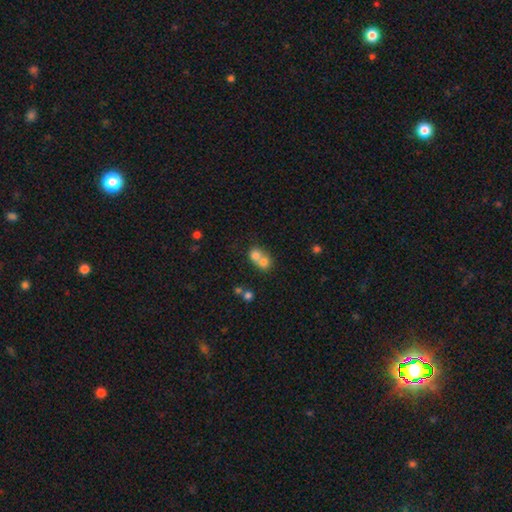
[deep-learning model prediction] Q: Smooth or featured?
A: smooth (71%); runner-up: featured or disk (17%)
Q: How rounded?
A: round (74%); runner-up: in between (25%)
Q: Merging?
A: merger (70%); runner-up: none (24%)